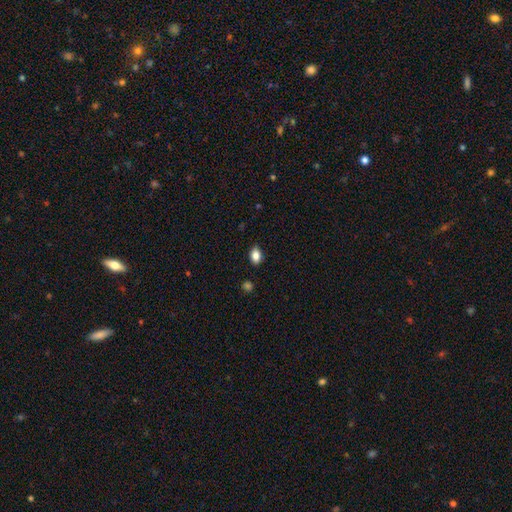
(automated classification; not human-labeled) Smooth or featured? Predicted: smooth (p=0.85). How rounded? Predicted: in between (p=0.85). Merging? Predicted: none (p=0.88).